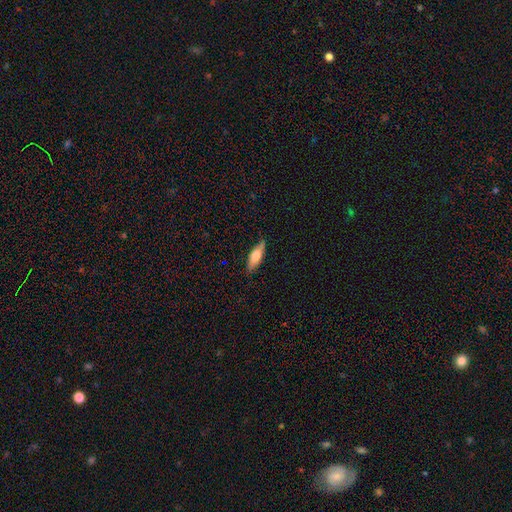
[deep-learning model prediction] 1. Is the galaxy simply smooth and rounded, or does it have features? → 67% smooth, 27% featured or disk, 6% star or artifact.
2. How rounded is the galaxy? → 54% in between, 44% cigar-shaped, 2% round.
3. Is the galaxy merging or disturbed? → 81% none, 16% minor disturbance, 3% major disturbance, 1% merger.